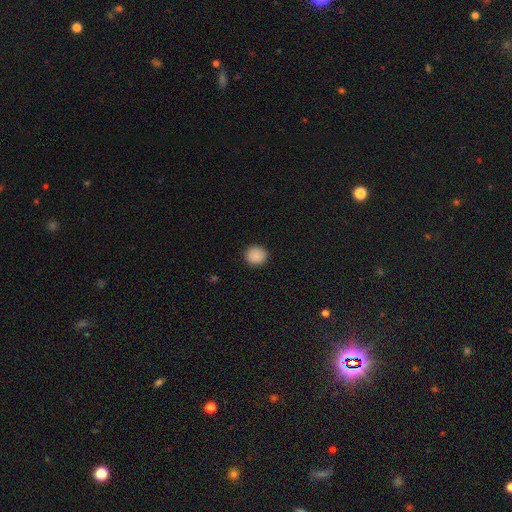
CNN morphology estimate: Smooth or featured: smooth — 89% (star or artifact — 9%)
How rounded: round — 87% (in between — 12%)
Merging: none — 92% (minor disturbance — 6%)